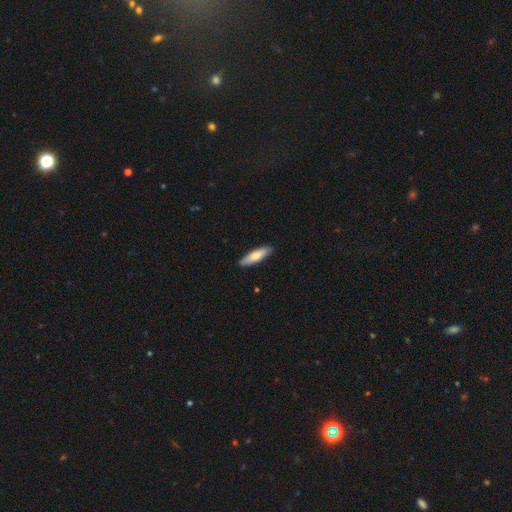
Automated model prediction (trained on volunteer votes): Smooth or featured? Predicted: smooth (p=0.75). How rounded? Predicted: cigar-shaped (p=0.65). Merging? Predicted: none (p=0.89).